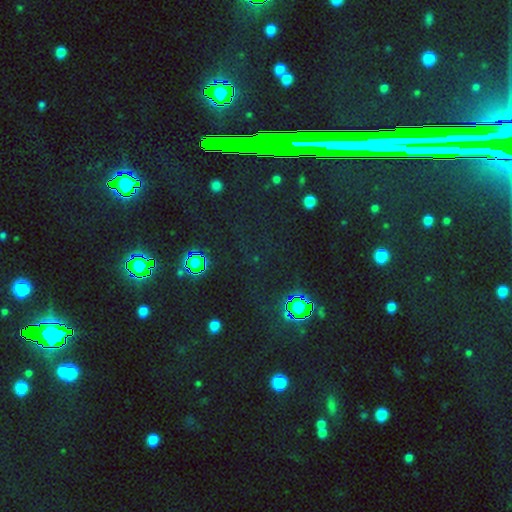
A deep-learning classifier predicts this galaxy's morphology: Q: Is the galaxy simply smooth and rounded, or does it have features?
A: star or artifact — 80%.